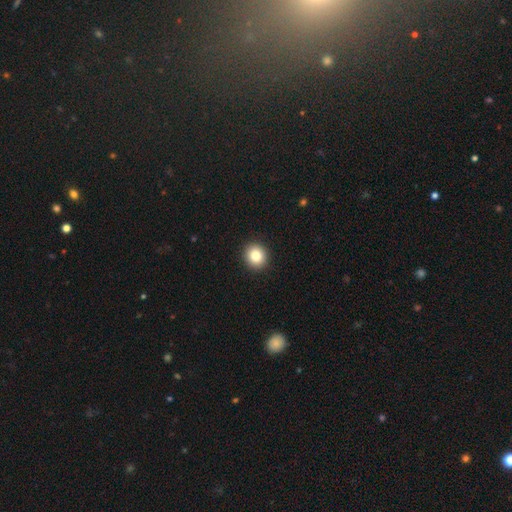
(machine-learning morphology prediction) The model was most divided on "how rounded": round: 86%, in between: 13%, cigar-shaped: 1%. More confident: merging — none (93%); smooth or featured — smooth (84%).